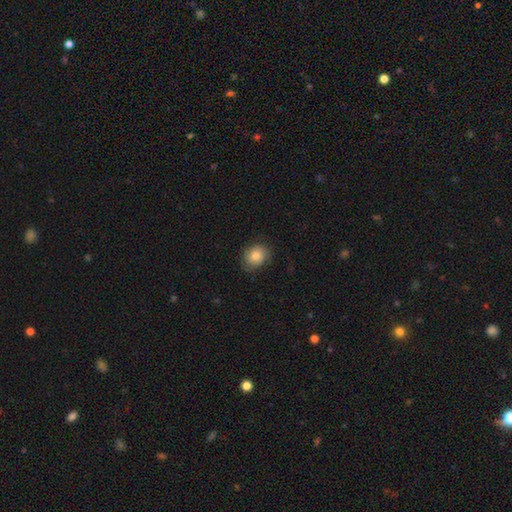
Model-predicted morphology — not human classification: The model was most divided on "how rounded": round: 67%, in between: 32%, cigar-shaped: 1%. More confident: smooth or featured — smooth (78%); merging — none (75%).